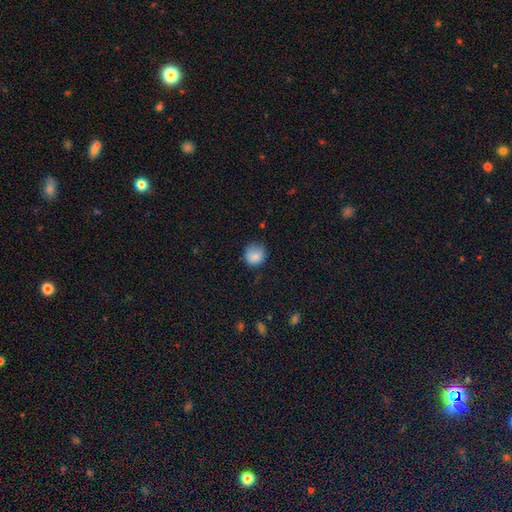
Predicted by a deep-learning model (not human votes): Smooth or featured: smooth — 83% (star or artifact — 10%)
How rounded: round — 86% (in between — 13%)
Merging: none — 69% (minor disturbance — 24%)